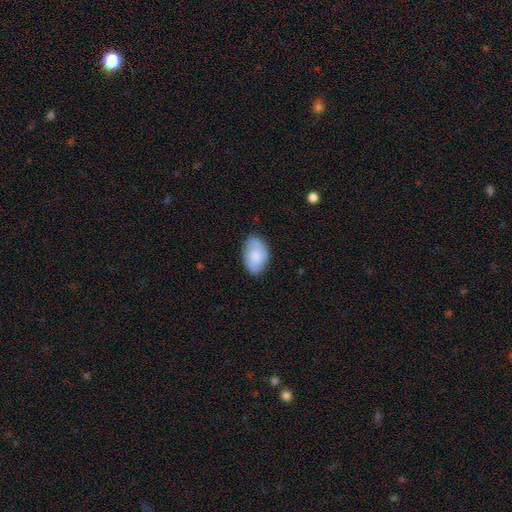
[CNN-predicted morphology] A smooth galaxy with no disk features (71%) that is in between round and cigar-shaped (90%). Merging: none (76%).